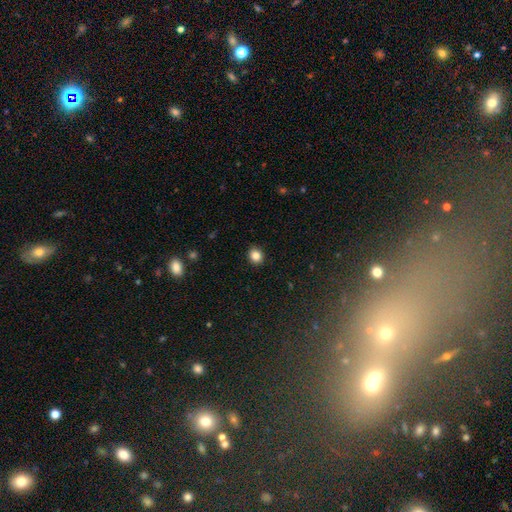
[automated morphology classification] This appears to be a smooth galaxy with no disk features (85%) that is round (73%). Merging: none (91%).